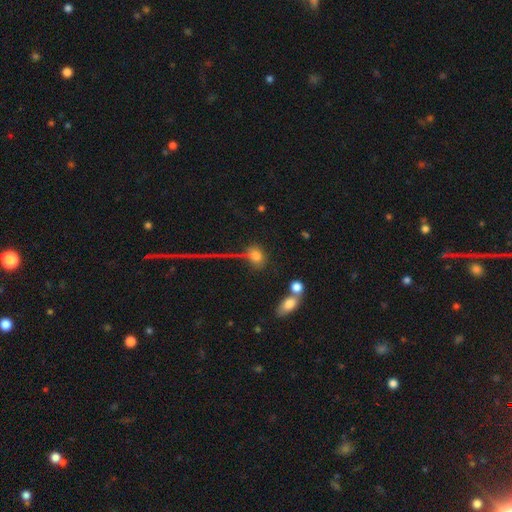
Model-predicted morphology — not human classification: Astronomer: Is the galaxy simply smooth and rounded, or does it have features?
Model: smooth — 76%.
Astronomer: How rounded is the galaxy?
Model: round — 57% (runner-up: in between, 40%).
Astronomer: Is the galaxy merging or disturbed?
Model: none — 61%.